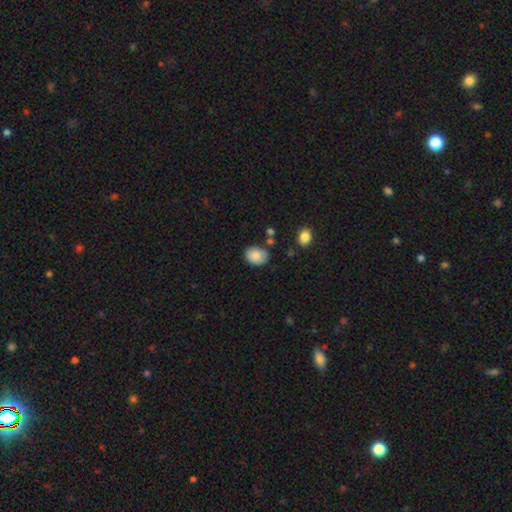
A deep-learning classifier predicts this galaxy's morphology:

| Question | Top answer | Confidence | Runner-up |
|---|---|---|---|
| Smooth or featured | smooth | 86% | star or artifact (8%) |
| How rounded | in between | 62% | round (37%) |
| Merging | none | 75% | minor disturbance (17%) |